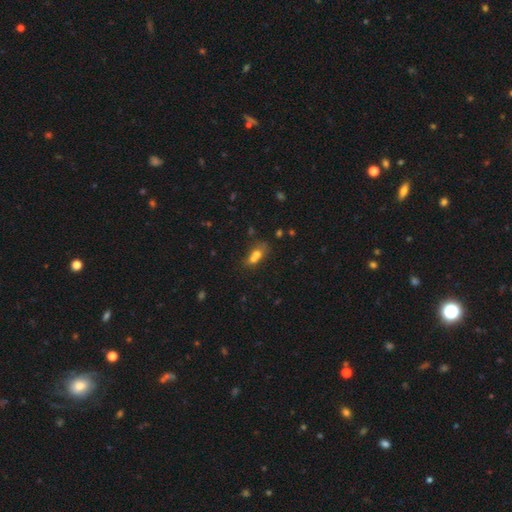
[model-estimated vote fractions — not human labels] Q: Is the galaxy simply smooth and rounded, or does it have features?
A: smooth — 62%.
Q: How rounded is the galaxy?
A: round — 50%.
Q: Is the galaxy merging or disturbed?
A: merger — 66%.